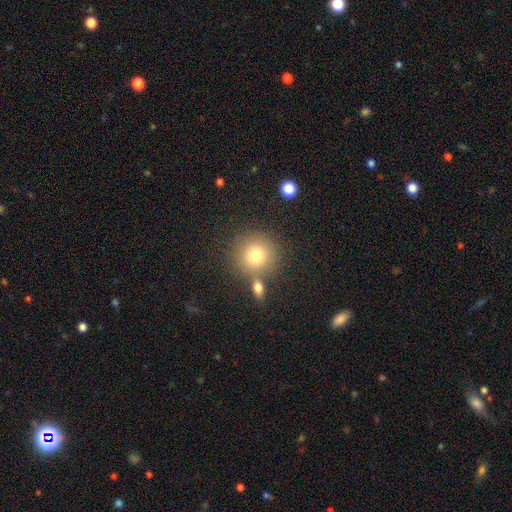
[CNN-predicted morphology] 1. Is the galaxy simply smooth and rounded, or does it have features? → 77% smooth, 12% star or artifact, 11% featured or disk.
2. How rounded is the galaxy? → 92% round, 7% in between, 1% cigar-shaped.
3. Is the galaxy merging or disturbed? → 72% none, 16% merger, 9% minor disturbance, 4% major disturbance.